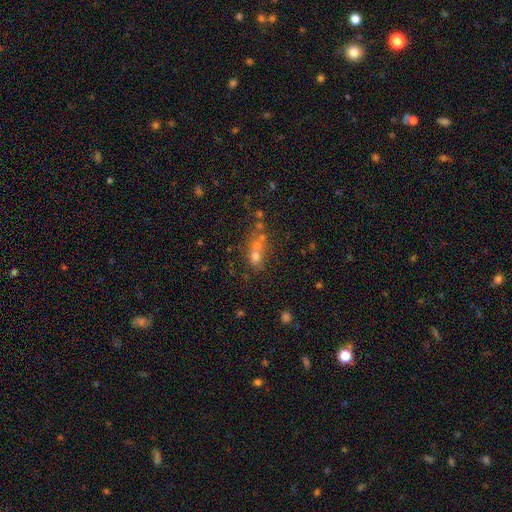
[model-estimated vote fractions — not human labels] Morphology: type=smooth (42%); merging=none (41%).